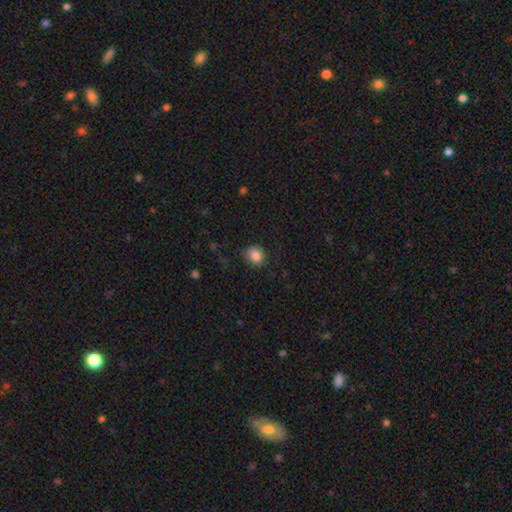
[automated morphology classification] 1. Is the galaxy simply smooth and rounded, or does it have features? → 84% smooth, 10% star or artifact, 7% featured or disk.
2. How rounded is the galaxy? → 70% round, 29% in between, 1% cigar-shaped.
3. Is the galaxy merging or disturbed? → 77% none, 18% minor disturbance, 4% major disturbance, 1% merger.